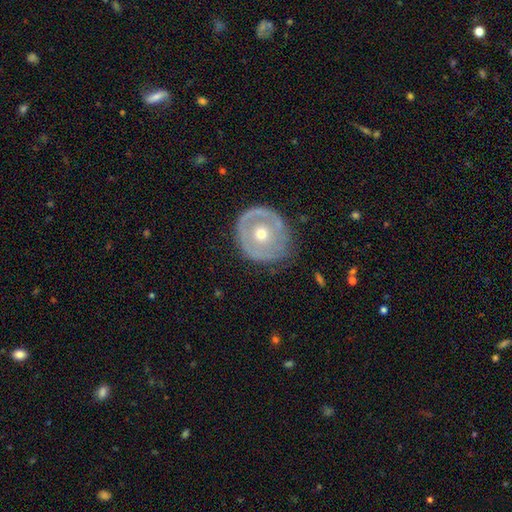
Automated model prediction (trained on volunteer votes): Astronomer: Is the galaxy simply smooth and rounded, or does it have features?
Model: featured or disk — 64%.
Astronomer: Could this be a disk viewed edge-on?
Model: no — 95%.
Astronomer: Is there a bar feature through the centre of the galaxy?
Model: no — 86%.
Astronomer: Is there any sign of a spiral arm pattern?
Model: no — 66%.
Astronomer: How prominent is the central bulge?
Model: moderate — 64%.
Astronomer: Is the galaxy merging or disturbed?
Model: none — 71%.